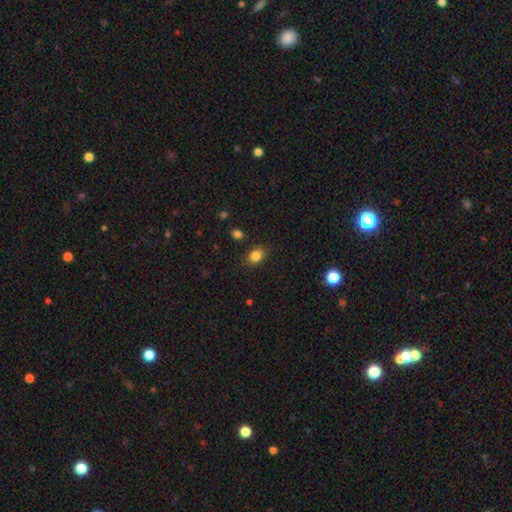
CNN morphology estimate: Smooth or featured: smooth — 84% (star or artifact — 11%)
How rounded: in between — 63% (round — 36%)
Merging: none — 85% (minor disturbance — 10%)